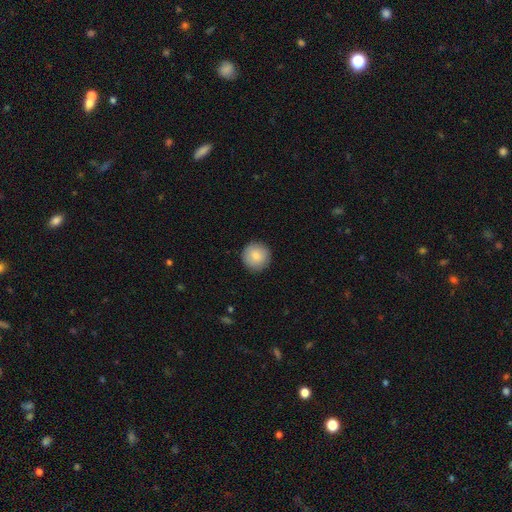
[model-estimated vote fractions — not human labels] Smooth or featured? smooth (85%)
How rounded? round (95%)
Merging? none (90%)